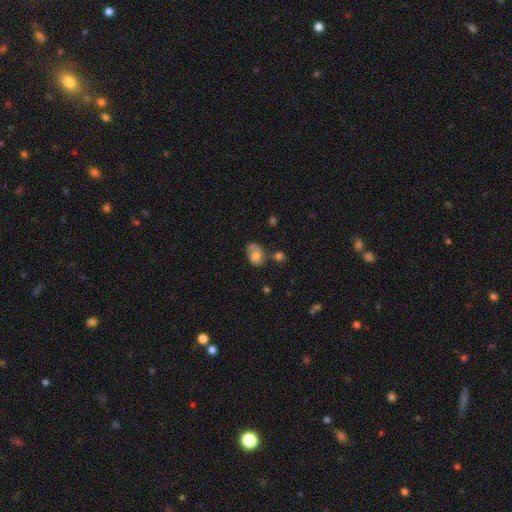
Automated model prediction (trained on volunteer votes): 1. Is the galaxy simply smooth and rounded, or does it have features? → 60% smooth, 31% featured or disk, 9% star or artifact.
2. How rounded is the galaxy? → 70% in between, 29% round, 1% cigar-shaped.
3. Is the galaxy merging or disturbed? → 45% none, 26% minor disturbance, 16% merger, 13% major disturbance.